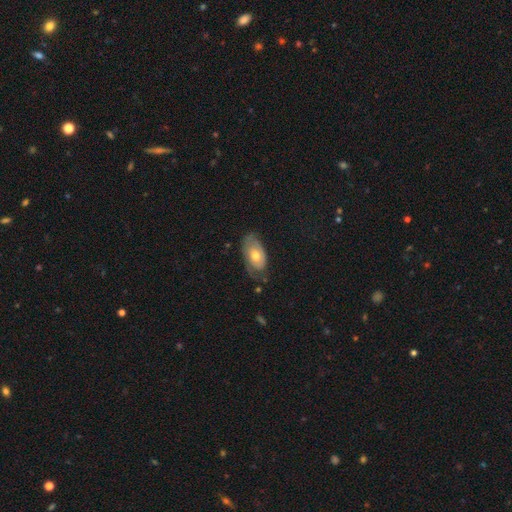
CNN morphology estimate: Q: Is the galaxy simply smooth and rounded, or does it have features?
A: featured or disk — 47%.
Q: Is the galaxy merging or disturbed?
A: none — 56%.